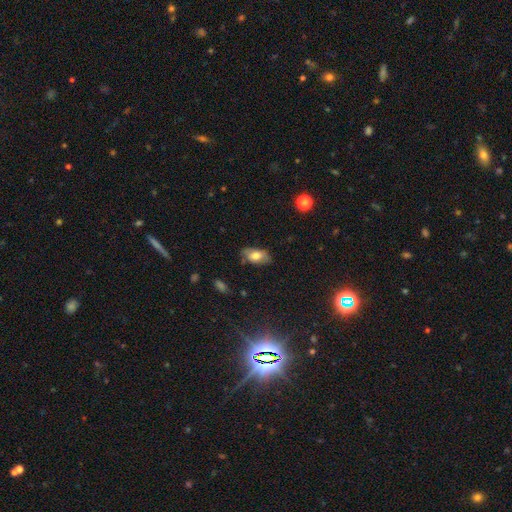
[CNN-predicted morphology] smooth-or-featured: smooth: 68% | featured or disk: 24% | star or artifact: 8%
  how-rounded: in between: 92% | round: 5% | cigar-shaped: 3%
  merging: none: 72% | minor disturbance: 22% | major disturbance: 4% | merger: 2%